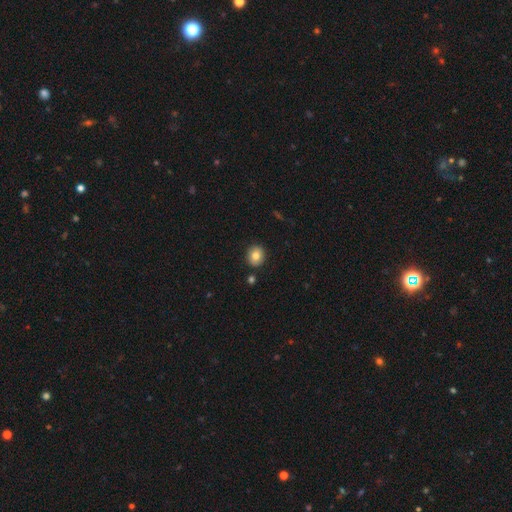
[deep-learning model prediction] smooth 81%, featured or disk 10%, star or artifact 9%. Down the decision tree: how rounded — round (76%); merging — none (88%).